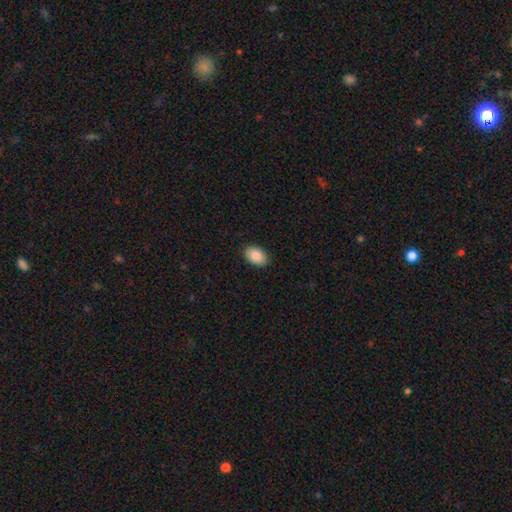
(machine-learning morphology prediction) smooth 89%, star or artifact 7%, featured or disk 4%. Down the decision tree: how rounded — in between (89%); merging — none (90%).